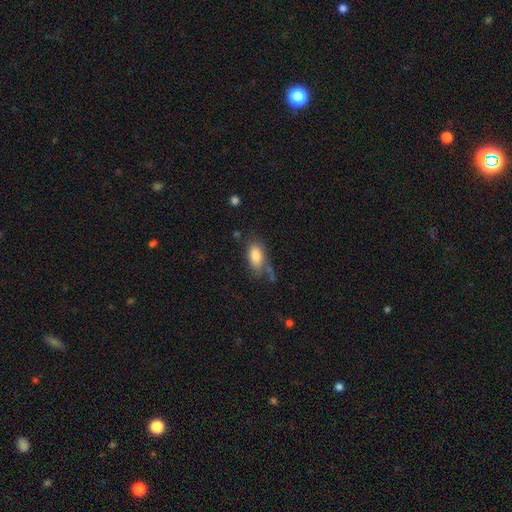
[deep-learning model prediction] This is clearly a smooth galaxy (82%). How rounded: clearly in between (90%). Merging: possibly none (58%).